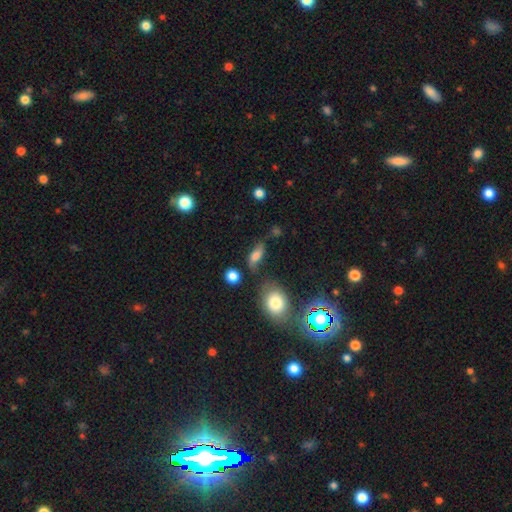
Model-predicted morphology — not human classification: Smooth or featured: smooth — 69% (featured or disk — 18%)
How rounded: in between — 76% (cigar-shaped — 16%)
Merging: none — 51% (minor disturbance — 26%)